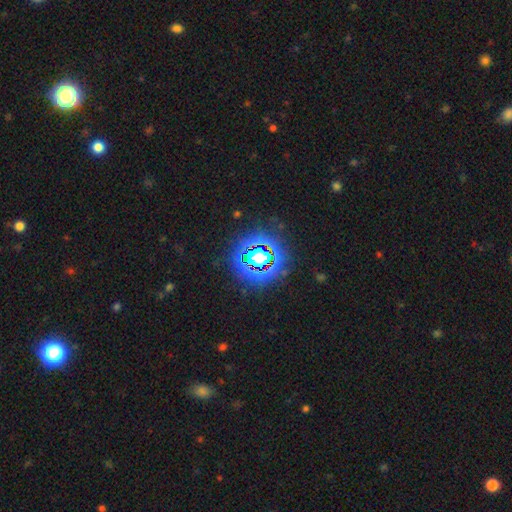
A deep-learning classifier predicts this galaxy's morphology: Smooth or featured? star or artifact (81%)